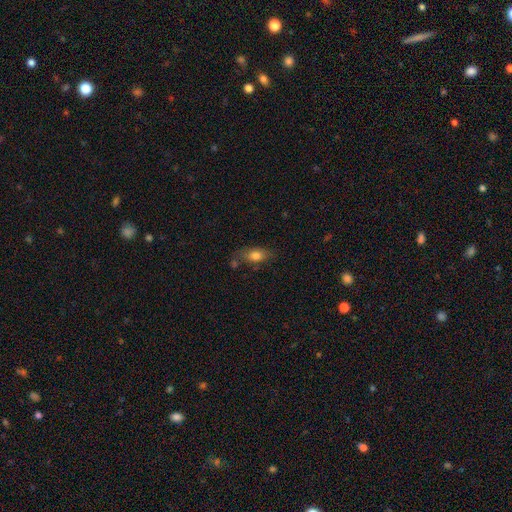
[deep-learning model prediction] Smooth or featured?
  - smooth: 76% *
  - featured or disk: 15%
  - star or artifact: 9%
How rounded?
  - in between: 80% *
  - cigar-shaped: 11%
  - round: 8%
Merging?
  - none: 65% *
  - minor disturbance: 21%
  - merger: 8%
  - major disturbance: 6%